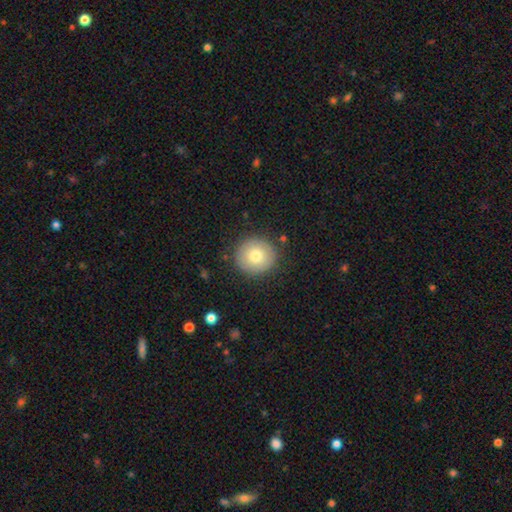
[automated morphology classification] This is likely a smooth galaxy (75%). How rounded: clearly round (93%). Merging: clearly none (88%).